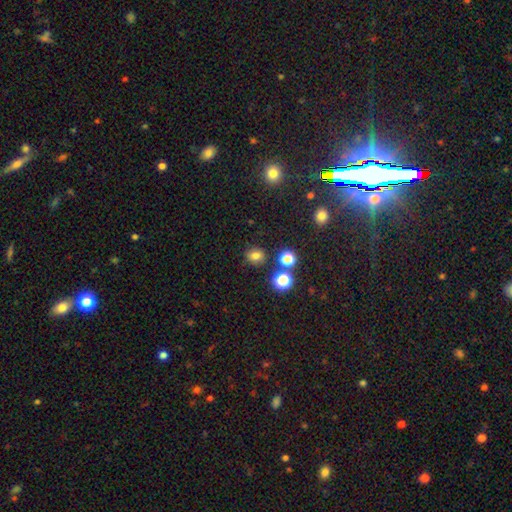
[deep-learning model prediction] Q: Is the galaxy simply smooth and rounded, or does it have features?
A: smooth — 75%.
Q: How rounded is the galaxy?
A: round — 75%.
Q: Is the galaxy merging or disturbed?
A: none — 82%.